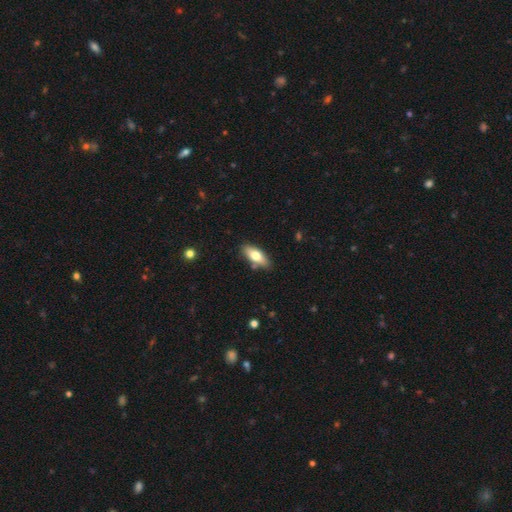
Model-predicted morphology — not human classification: Smooth or featured? smooth (69%)
How rounded? in between (74%)
Merging? none (83%)